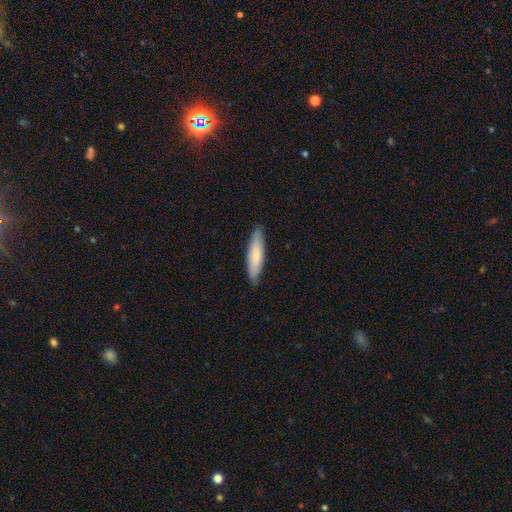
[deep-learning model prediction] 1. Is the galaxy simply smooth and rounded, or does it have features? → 73% smooth, 22% featured or disk, 5% star or artifact.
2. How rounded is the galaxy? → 74% cigar-shaped, 25% in between, 1% round.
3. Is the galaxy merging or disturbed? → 85% none, 12% minor disturbance, 2% major disturbance, 1% merger.